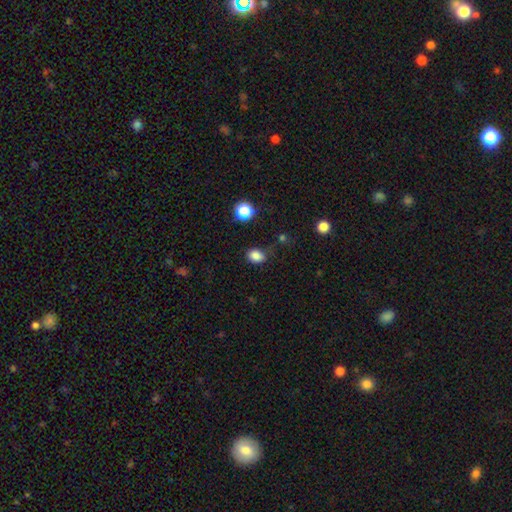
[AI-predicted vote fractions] This appears to be a smooth galaxy with no disk features (84%) that is in between round and cigar-shaped (63%). Merging: none (71%).